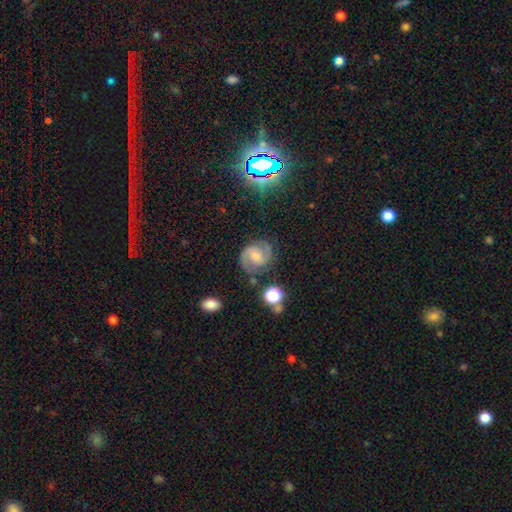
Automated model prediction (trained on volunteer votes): Smooth or featured?
  - featured or disk: 81% *
  - smooth: 11%
  - star or artifact: 8%
Edge-on disk?
  - no: 98% *
  - yes: 2%
Bar?
  - weak: 46% *
  - no: 41%
  - strong: 13%
Spiral arms?
  - yes: 97% *
  - no: 3%
Spiral winding?
  - medium: 55% *
  - tight: 33%
  - loose: 13%
Spiral arm count?
  - 2: 91% *
  - can't tell: 4%
  - 1: 2%
  - 3: 1%
  - 4: 1%
  - more than 4: 1%
Bulge size?
  - small: 44% *
  - moderate: 38%
  - none: 11%
  - large: 5%
  - dominant: 1%
Merging?
  - none: 78% *
  - minor disturbance: 14%
  - major disturbance: 6%
  - merger: 3%